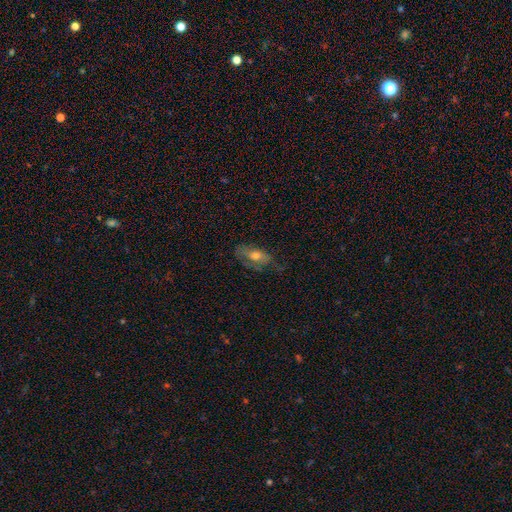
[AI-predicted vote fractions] Smooth or featured: smooth — 46% (featured or disk — 45%)
Merging: none — 55% (minor disturbance — 28%)